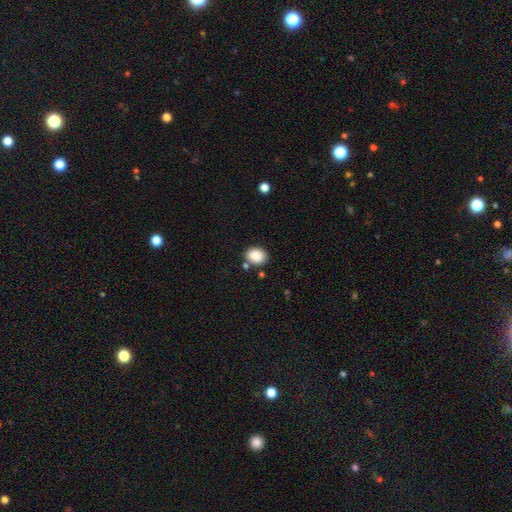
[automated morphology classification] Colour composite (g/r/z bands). It shows a smooth galaxy with no disk features (87%) that is in between round and cigar-shaped (61%). Merging: none (77%).